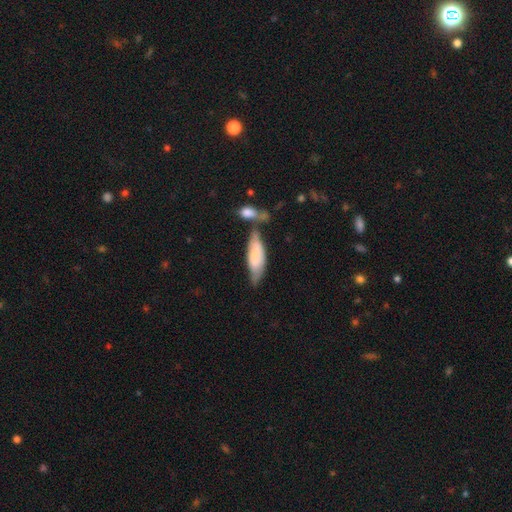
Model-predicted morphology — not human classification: Smooth or featured?
  - smooth: 70% *
  - featured or disk: 24%
  - star or artifact: 6%
How rounded?
  - in between: 58% *
  - cigar-shaped: 40%
  - round: 2%
Merging?
  - none: 39% *
  - merger: 30%
  - minor disturbance: 22%
  - major disturbance: 9%